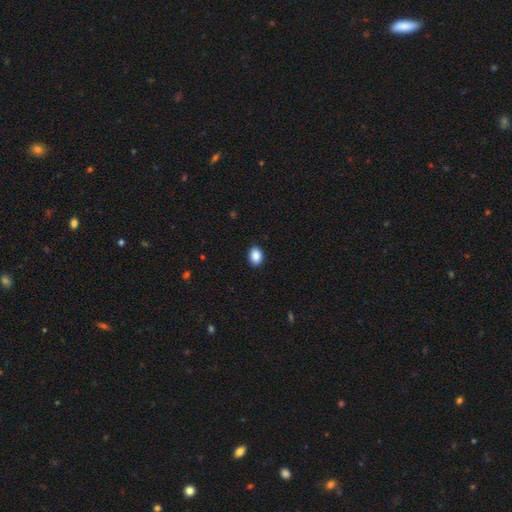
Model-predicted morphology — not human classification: Smooth or featured?
  - smooth: 89% *
  - star or artifact: 8%
  - featured or disk: 3%
How rounded?
  - in between: 72% *
  - round: 27%
  - cigar-shaped: 1%
Merging?
  - none: 89% *
  - minor disturbance: 8%
  - major disturbance: 2%
  - merger: 1%